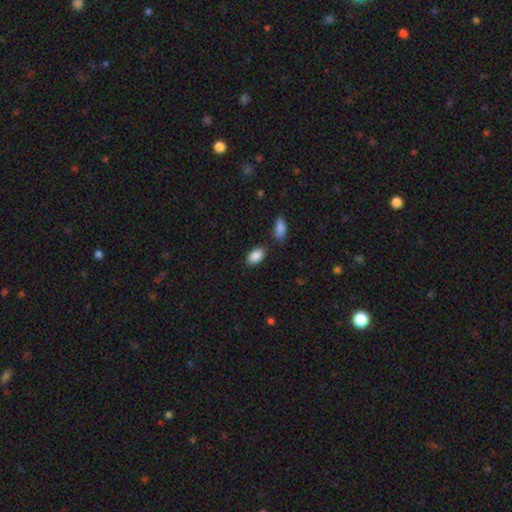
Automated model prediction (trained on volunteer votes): A smooth galaxy with no disk features (89%) that is in between round and cigar-shaped (93%). Merging: none (81%).